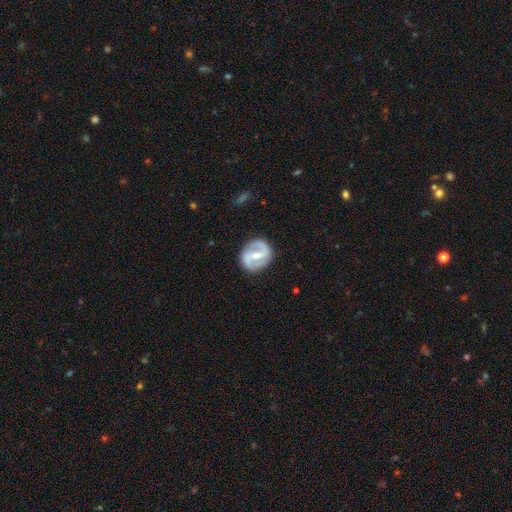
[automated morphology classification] smooth_or_featured: featured or disk (p=0.84) [alt: smooth p=0.12]
disk_edge_on: no (p=0.97) [alt: yes p=0.03]
bar: strong (p=0.43) [alt: weak p=0.42]
has_spiral_arms: yes (p=0.91) [alt: no p=0.09]
spiral_winding: medium (p=0.49) [alt: tight p=0.26]
spiral_arm_count: 2 (p=0.91) [alt: can't tell p=0.04]
bulge_size: moderate (p=0.56) [alt: small p=0.40]
merging: none (p=0.85) [alt: minor disturbance p=0.11]